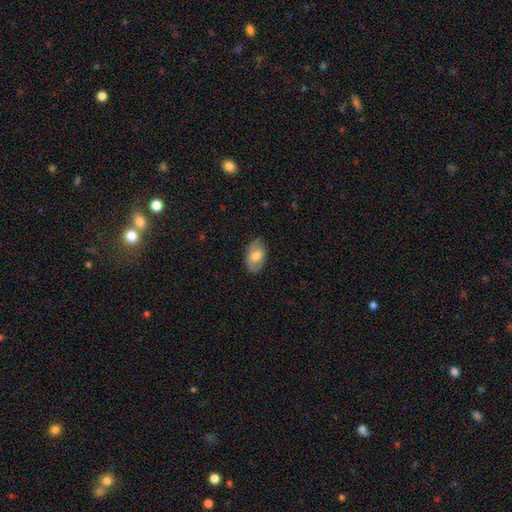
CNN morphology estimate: Smooth or featured? Predicted: smooth (p=0.67). How rounded? Predicted: in between (p=0.92). Merging? Predicted: none (p=0.80).